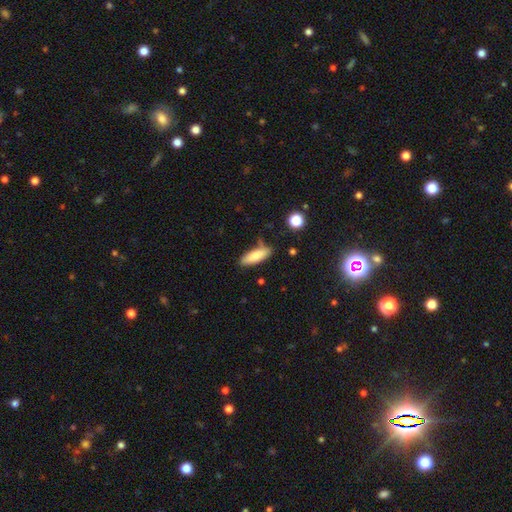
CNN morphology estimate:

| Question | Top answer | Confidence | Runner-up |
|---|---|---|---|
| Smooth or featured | smooth | 78% | featured or disk (15%) |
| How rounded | in between | 59% | cigar-shaped (39%) |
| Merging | none | 75% | minor disturbance (17%) |